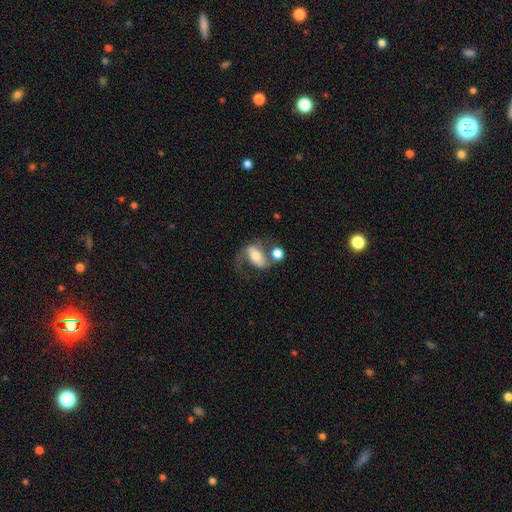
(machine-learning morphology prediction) Smooth or featured? Predicted: featured or disk (p=0.59). Edge-on disk? Predicted: no (p=0.94). Bar? Predicted: strong (p=0.41). Spiral arms? Predicted: yes (p=0.81). Bulge size? Predicted: moderate (p=0.50). Merging? Predicted: none (p=0.33).